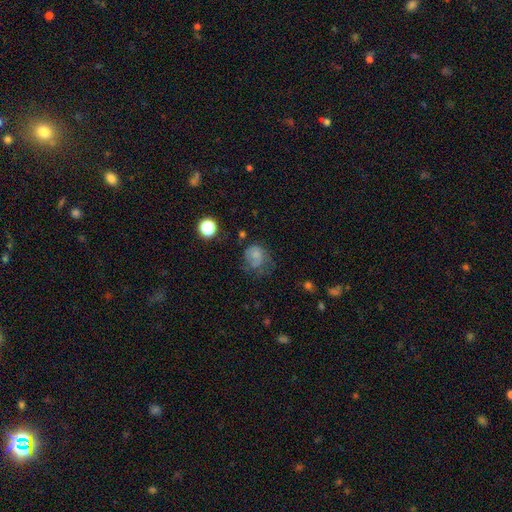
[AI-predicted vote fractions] A smooth galaxy with no disk features (62%) that is round (65%). Merging: none (35%).